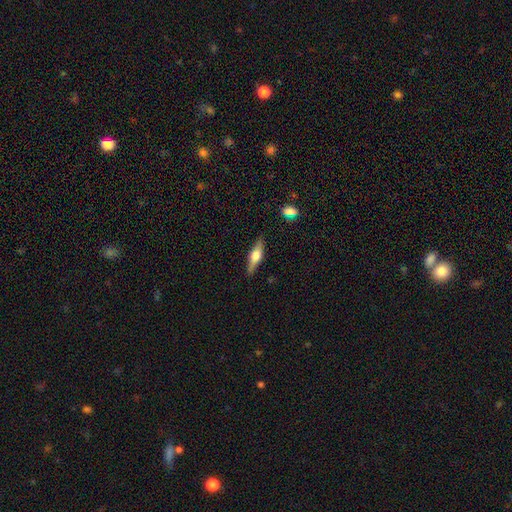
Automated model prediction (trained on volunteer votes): A featured or disk galaxy (57%) viewed edge-on (94%) with a rounded central bulge (90%).

Vote fractions:
- Smooth or featured? featured or disk: 57% / smooth: 37% / star or artifact: 6%
- Edge-on disk? yes: 94% / no: 6%
- Edge-on bulge? rounded: 90% / boxy: 8% / none: 2%
- Merging? none: 85% / minor disturbance: 11% / major disturbance: 2% / merger: 2%